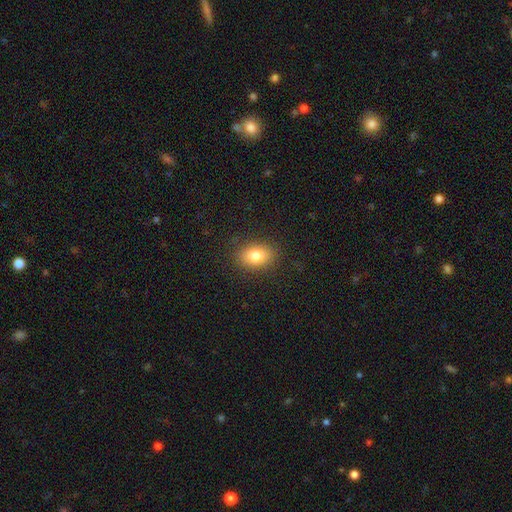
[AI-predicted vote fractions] smooth_or_featured: smooth (p=0.83) [alt: star or artifact p=0.09]
how_rounded: in between (p=0.79) [alt: round p=0.19]
merging: none (p=0.87) [alt: minor disturbance p=0.09]